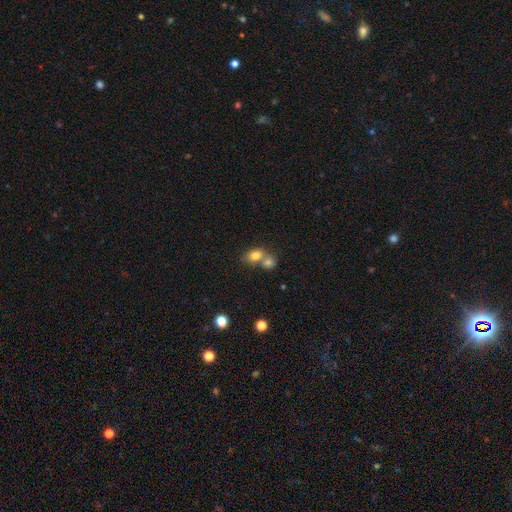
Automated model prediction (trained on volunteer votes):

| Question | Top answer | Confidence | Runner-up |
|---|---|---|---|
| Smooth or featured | smooth | 79% | featured or disk (11%) |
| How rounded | in between | 61% | round (38%) |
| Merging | merger | 57% | none (32%) |